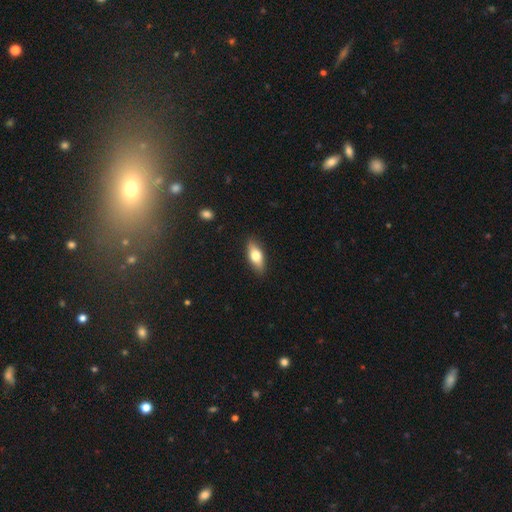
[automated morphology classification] Overall: smooth (67%). How rounded: in between (74%). Merging: none (87%).